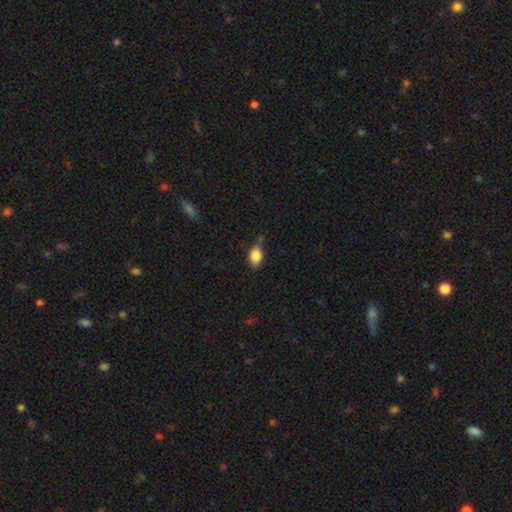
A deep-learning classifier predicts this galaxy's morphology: A smooth galaxy with no disk features (85%) that is in between round and cigar-shaped (77%).

Vote fractions:
- Smooth or featured? smooth: 85% / star or artifact: 8% / featured or disk: 6%
- How rounded? in between: 77% / round: 21% / cigar-shaped: 2%
- Merging? none: 66% / minor disturbance: 24% / merger: 5% / major disturbance: 5%